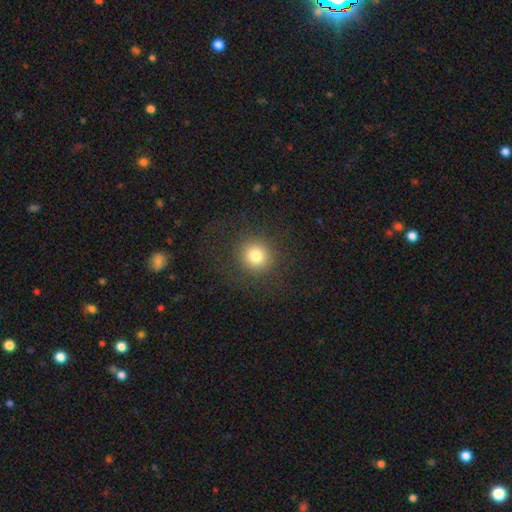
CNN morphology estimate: Smooth or featured: smooth — 80% (star or artifact — 13%)
How rounded: round — 91% (in between — 8%)
Merging: none — 88% (minor disturbance — 7%)